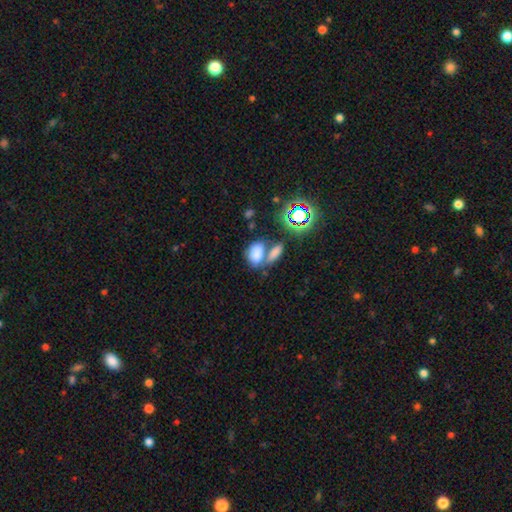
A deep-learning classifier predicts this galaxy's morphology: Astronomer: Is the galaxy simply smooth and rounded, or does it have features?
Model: smooth — 76%.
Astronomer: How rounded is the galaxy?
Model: in between — 84%.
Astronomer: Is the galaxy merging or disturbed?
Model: merger — 54% (runner-up: none, 30%).